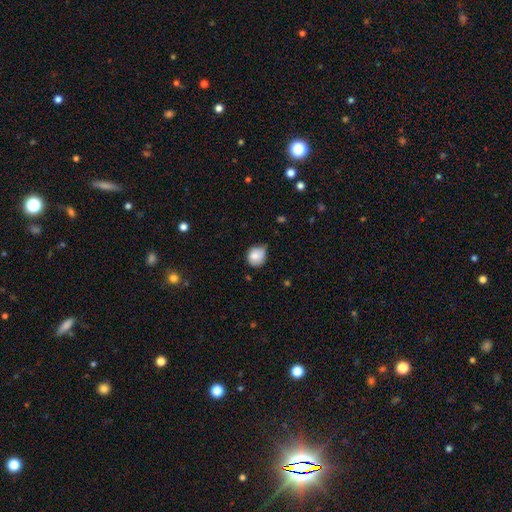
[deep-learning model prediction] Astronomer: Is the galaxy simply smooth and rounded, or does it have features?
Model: smooth — 80%.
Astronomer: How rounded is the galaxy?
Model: round — 77%.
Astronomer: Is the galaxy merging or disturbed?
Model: none — 52% (runner-up: minor disturbance, 39%).